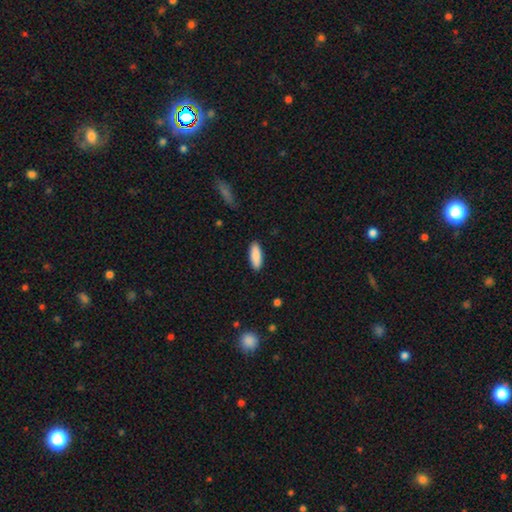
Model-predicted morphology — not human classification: Smooth or featured? smooth (90%)
How rounded? in between (65%)
Merging? none (90%)